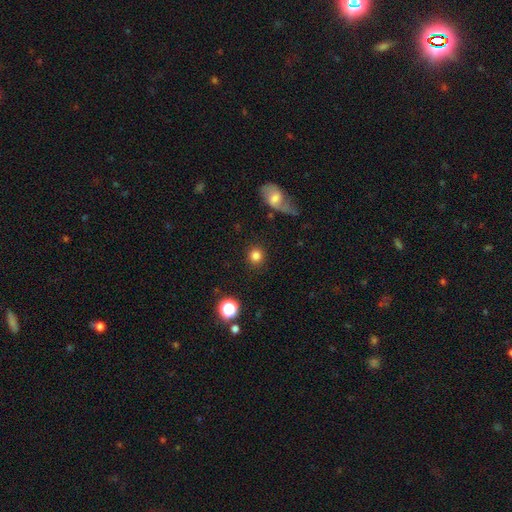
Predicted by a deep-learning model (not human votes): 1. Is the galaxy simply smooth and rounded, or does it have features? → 83% smooth, 11% star or artifact, 6% featured or disk.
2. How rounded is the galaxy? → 91% round, 8% in between, 1% cigar-shaped.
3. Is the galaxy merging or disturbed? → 88% none, 7% minor disturbance, 3% major disturbance, 2% merger.